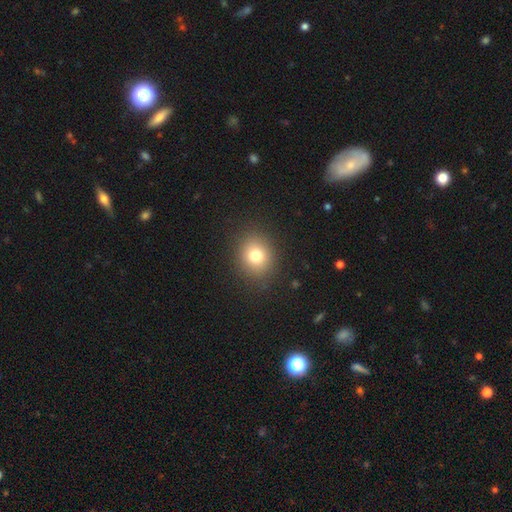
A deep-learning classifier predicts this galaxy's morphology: Smooth or featured?
  - smooth: 78% *
  - star or artifact: 13%
  - featured or disk: 9%
How rounded?
  - round: 72% *
  - in between: 27%
  - cigar-shaped: 1%
Merging?
  - none: 88% *
  - minor disturbance: 8%
  - major disturbance: 3%
  - merger: 1%